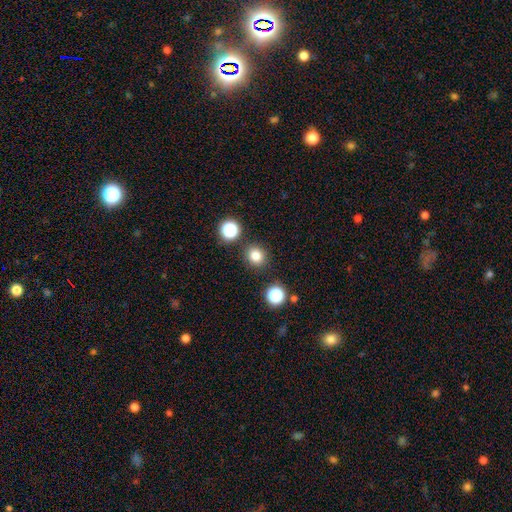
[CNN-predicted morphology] type=smooth (80%); roundness=round (86%); merging=none (87%).